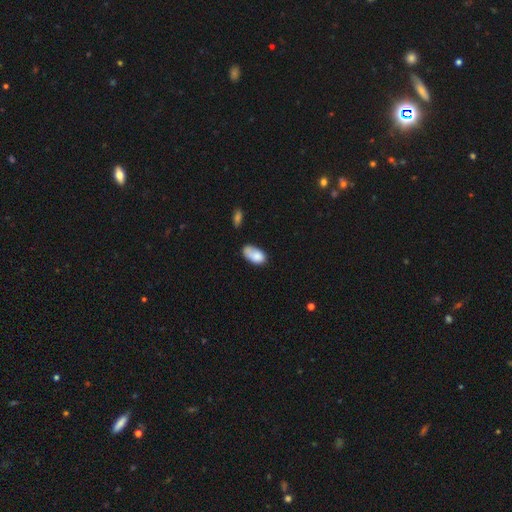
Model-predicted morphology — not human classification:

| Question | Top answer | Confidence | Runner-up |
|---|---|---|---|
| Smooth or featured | smooth | 81% | featured or disk (12%) |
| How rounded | in between | 92% | round (5%) |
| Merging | none | 42% | minor disturbance (33%) |